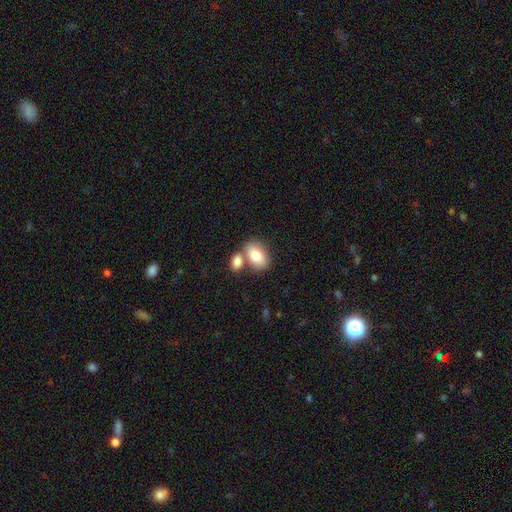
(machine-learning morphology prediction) Smooth or featured: smooth — 80% (featured or disk — 14%)
How rounded: in between — 87% (round — 11%)
Merging: none — 45% (merger — 42%)